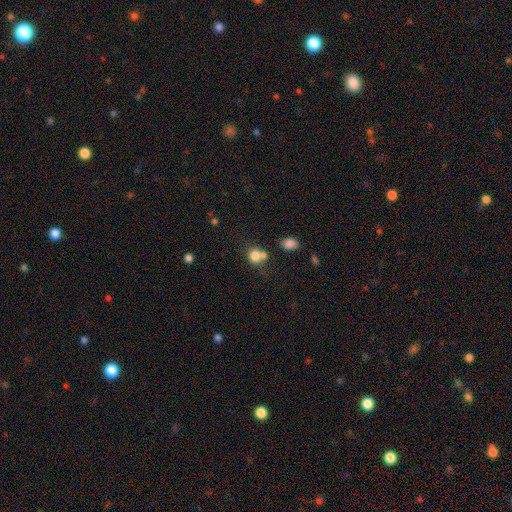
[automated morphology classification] type=smooth (78%); roundness=round (66%); merging=none (40%, tied with merger).